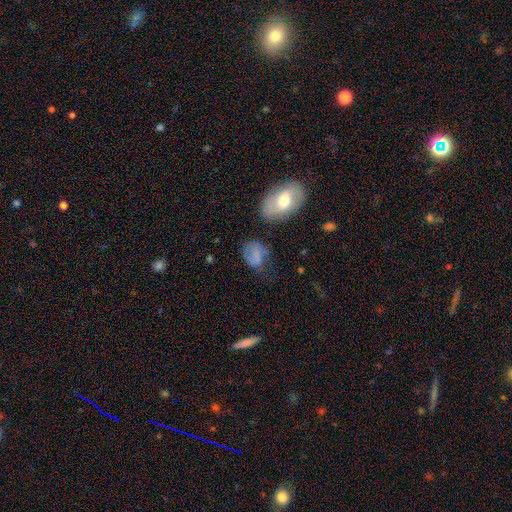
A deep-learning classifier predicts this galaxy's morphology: smooth 60%, featured or disk 27%, star or artifact 13%. Down the decision tree: how rounded — in between (62%); merging — none (45%).